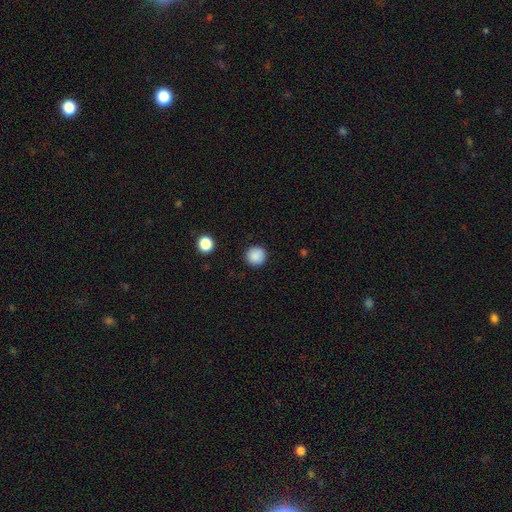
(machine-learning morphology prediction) This is clearly a smooth galaxy (87%). How rounded: clearly round (95%). Merging: clearly none (91%).